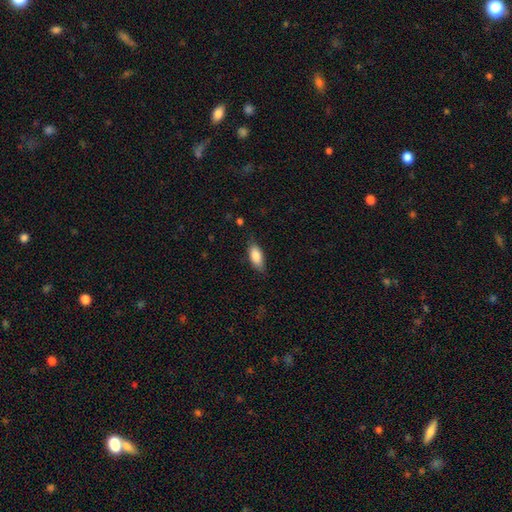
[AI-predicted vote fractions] Overall: smooth (85%). How rounded: in between (84%). Merging: none (78%).